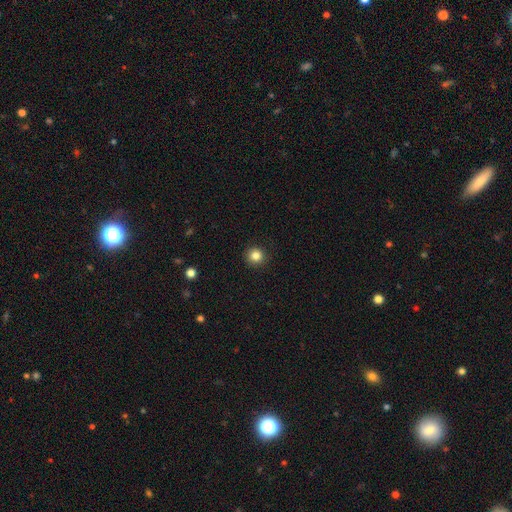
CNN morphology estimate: smooth-or-featured: smooth: 84% | star or artifact: 11% | featured or disk: 5%
  how-rounded: round: 95% | in between: 4% | cigar-shaped: 1%
  merging: none: 92% | minor disturbance: 5% | major disturbance: 2% | merger: 1%